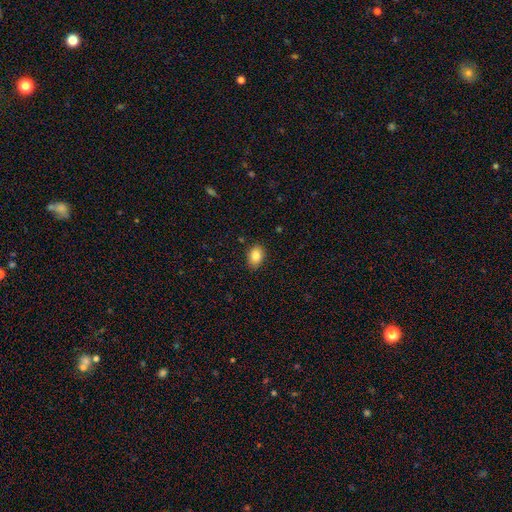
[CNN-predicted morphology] The model was most divided on "how rounded": in between: 76%, round: 23%, cigar-shaped: 1%. More confident: merging — none (88%); smooth or featured — smooth (84%).